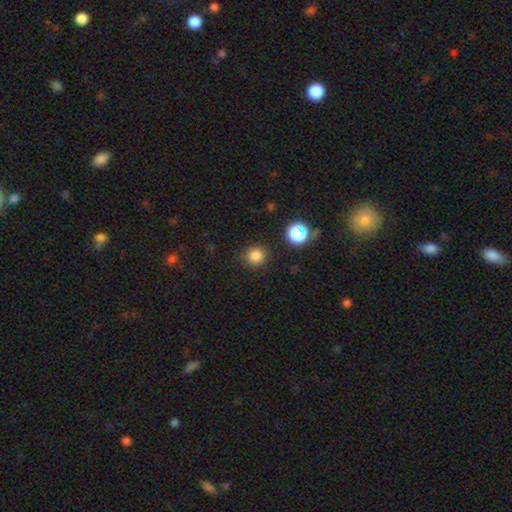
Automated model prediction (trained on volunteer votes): smooth_or_featured: smooth (p=0.83) [alt: star or artifact p=0.13]
how_rounded: round (p=0.90) [alt: in between p=0.09]
merging: none (p=0.86) [alt: minor disturbance p=0.09]